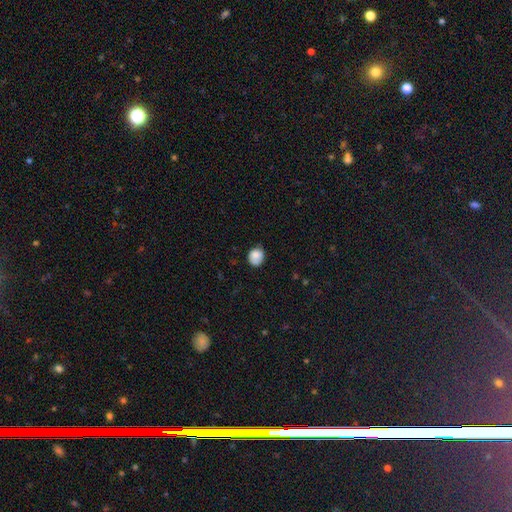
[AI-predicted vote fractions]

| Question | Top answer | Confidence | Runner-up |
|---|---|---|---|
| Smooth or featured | smooth | 80% | featured or disk (12%) |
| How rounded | round | 63% | in between (37%) |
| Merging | none | 62% | minor disturbance (29%) |